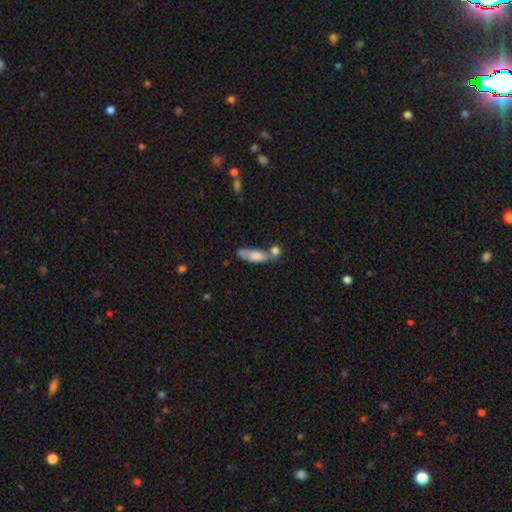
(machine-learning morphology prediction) Q: Smooth or featured?
A: smooth (72%); runner-up: featured or disk (21%)
Q: How rounded?
A: in between (56%); runner-up: cigar-shaped (41%)
Q: Merging?
A: merger (37%); tied with: none (37%)